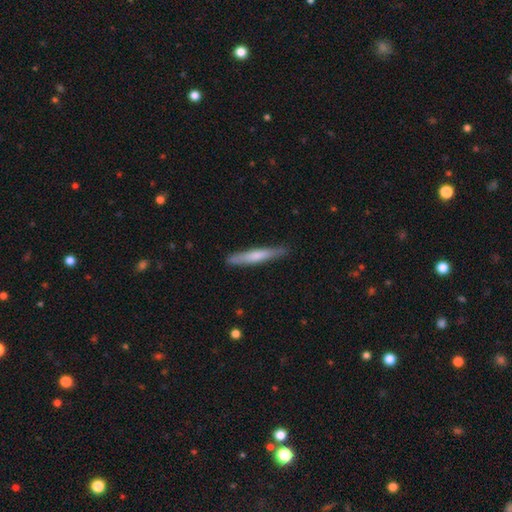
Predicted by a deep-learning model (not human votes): smooth 61%, featured or disk 34%, star or artifact 5%. Down the decision tree: how rounded — cigar-shaped (94%); merging — none (86%).